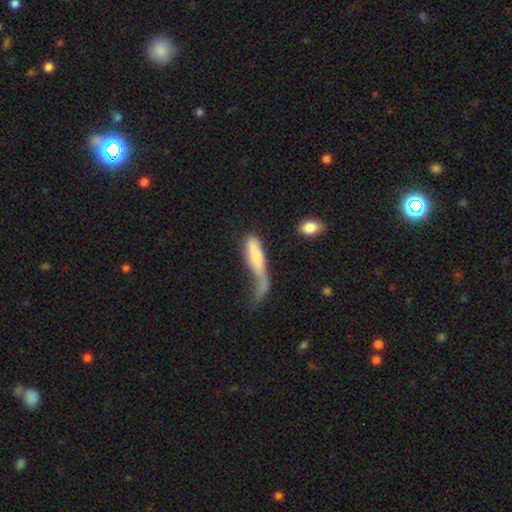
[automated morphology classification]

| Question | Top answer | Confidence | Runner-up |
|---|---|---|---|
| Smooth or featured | smooth | 69% | featured or disk (25%) |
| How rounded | cigar-shaped | 66% | in between (32%) |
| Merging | major disturbance | 49% | minor disturbance (18%) |